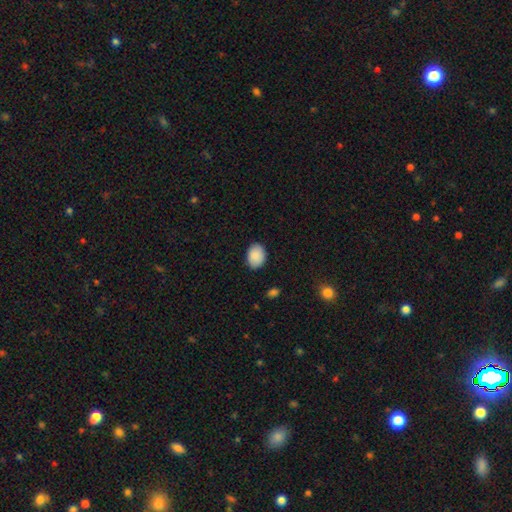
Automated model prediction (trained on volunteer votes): This appears to be a smooth galaxy with no disk features (89%) that is in between round and cigar-shaped (76%). Merging: none (86%).